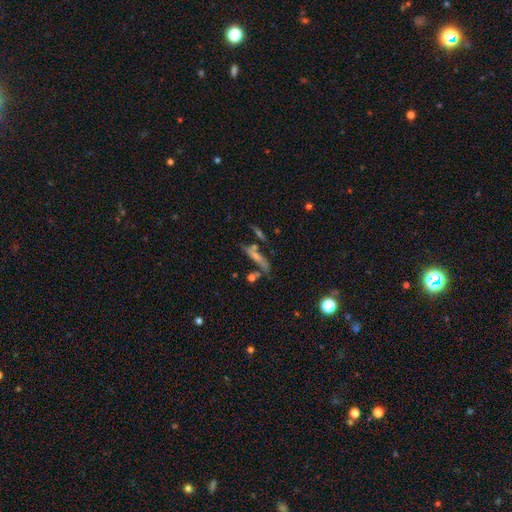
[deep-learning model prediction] Smooth or featured?
  - featured or disk: 53% *
  - smooth: 31%
  - star or artifact: 16%
Edge-on disk?
  - yes: 66% *
  - no: 34%
Merging?
  - none: 53% *
  - merger: 22%
  - minor disturbance: 16%
  - major disturbance: 10%